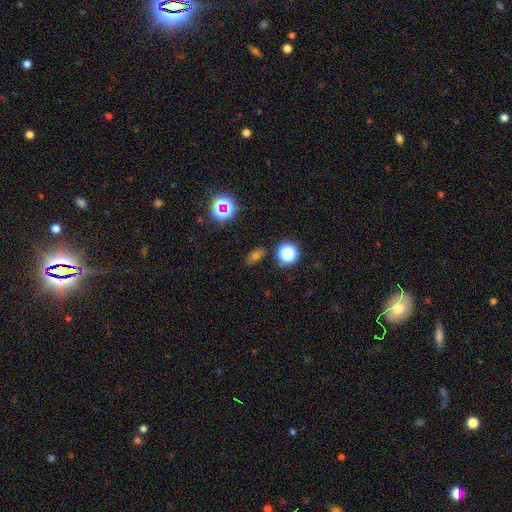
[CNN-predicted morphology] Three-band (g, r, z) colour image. It shows a smooth galaxy with no disk features (58%) that is in between round and cigar-shaped (66%). Merging: none (84%).